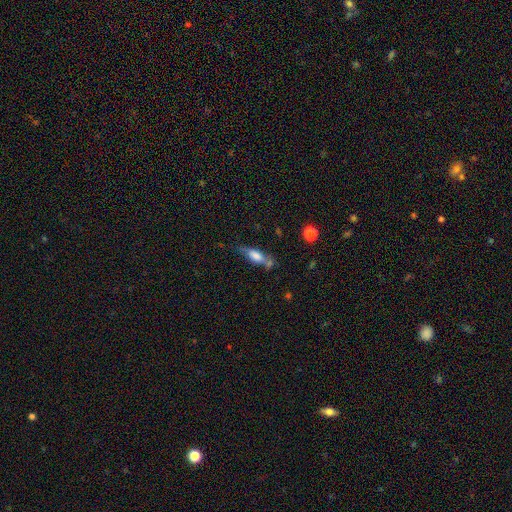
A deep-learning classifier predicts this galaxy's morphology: smooth 65%, featured or disk 26%, star or artifact 9%. Down the decision tree: how rounded — in between (63%); merging — none (45%).